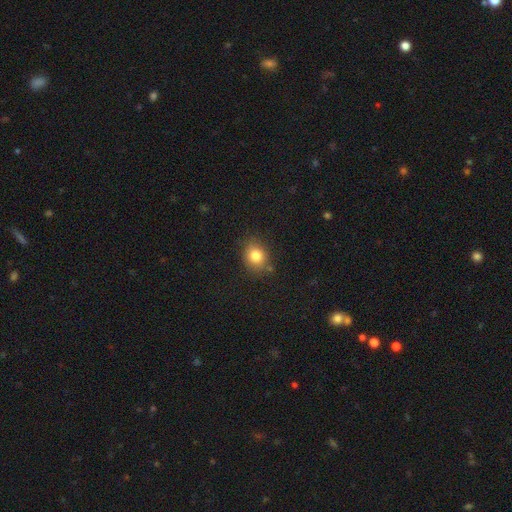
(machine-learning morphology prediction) Smooth or featured: smooth — 82% (star or artifact — 11%)
How rounded: round — 57% (in between — 41%)
Merging: none — 79% (minor disturbance — 15%)